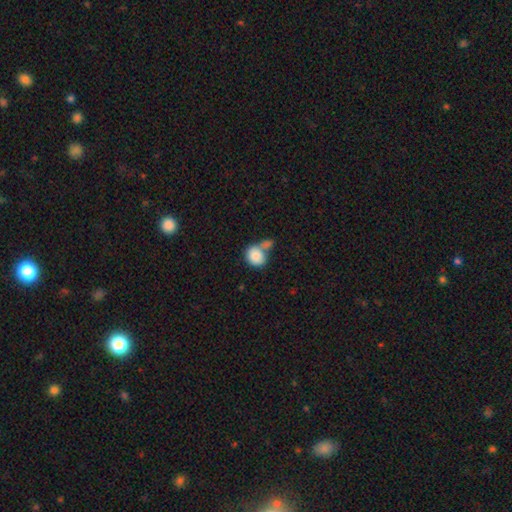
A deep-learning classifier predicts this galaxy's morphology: type=smooth (84%); roundness=round (67%); merging=merger (49%).